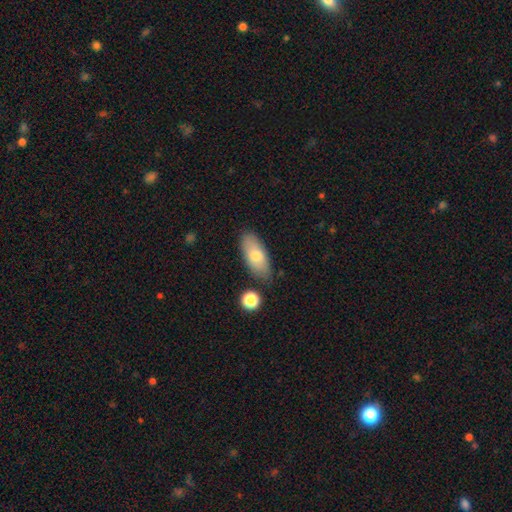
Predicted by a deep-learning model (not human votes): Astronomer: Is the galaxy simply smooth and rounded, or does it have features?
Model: smooth — 73%.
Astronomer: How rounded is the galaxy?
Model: in between — 84%.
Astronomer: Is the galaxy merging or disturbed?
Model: none — 79%.